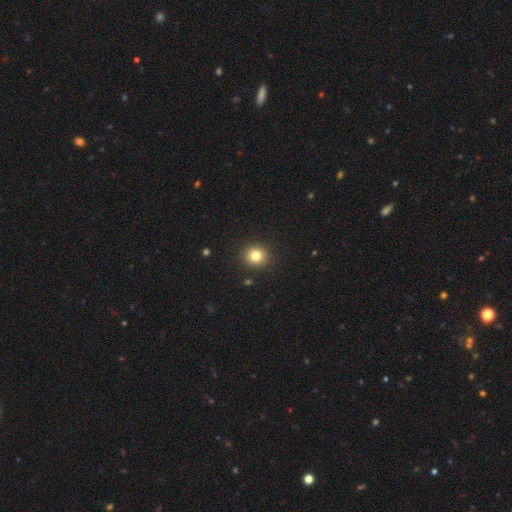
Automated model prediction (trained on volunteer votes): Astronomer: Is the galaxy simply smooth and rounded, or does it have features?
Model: smooth — 81%.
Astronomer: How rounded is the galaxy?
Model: round — 91%.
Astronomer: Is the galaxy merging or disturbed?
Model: none — 92%.